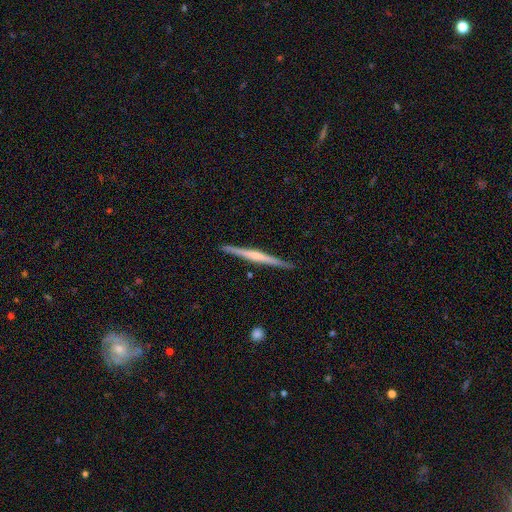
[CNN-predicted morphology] This is likely a featured or disk galaxy (67%). It is clearly viewed edge-on (98%). Edge-on bulge: possibly rounded (45%). Merging: clearly none (90%).